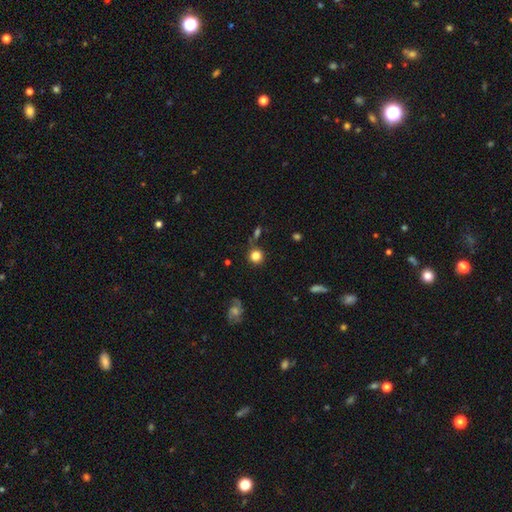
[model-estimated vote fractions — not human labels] Morphology: type=smooth (82%); roundness=round (92%); merging=none (80%).